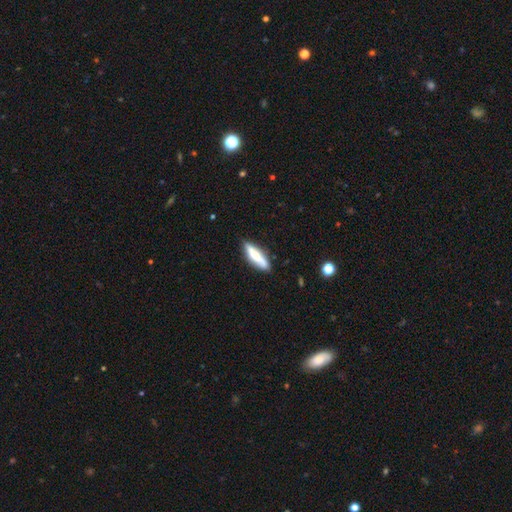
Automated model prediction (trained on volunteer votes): Smooth or featured?
  - smooth: 63% *
  - featured or disk: 31%
  - star or artifact: 6%
How rounded?
  - cigar-shaped: 68% *
  - in between: 31%
  - round: 2%
Merging?
  - none: 82% *
  - minor disturbance: 14%
  - major disturbance: 2%
  - merger: 2%